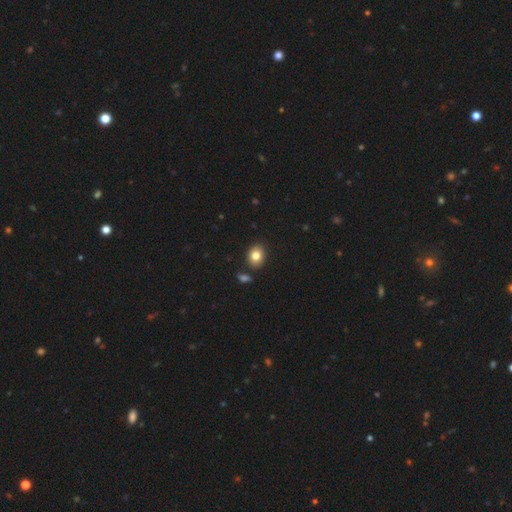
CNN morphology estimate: Smooth or featured? smooth (82%)
How rounded? in between (51%)
Merging? none (84%)